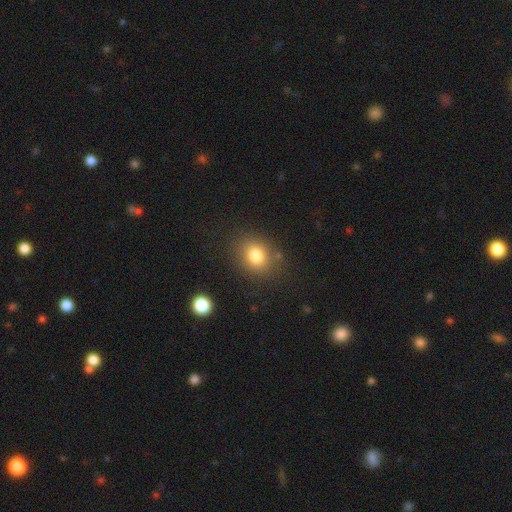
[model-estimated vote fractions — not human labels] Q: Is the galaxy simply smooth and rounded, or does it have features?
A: smooth — 80%.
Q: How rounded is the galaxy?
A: round — 62%.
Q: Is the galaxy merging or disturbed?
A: none — 81%.